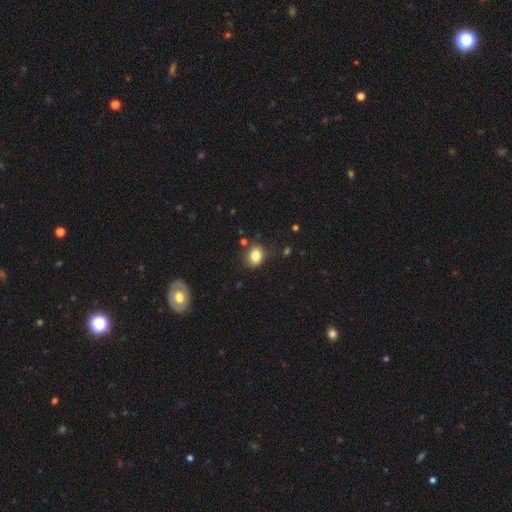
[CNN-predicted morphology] Smooth or featured: smooth — 81% (star or artifact — 11%)
How rounded: round — 59% (in between — 40%)
Merging: none — 79% (minor disturbance — 14%)